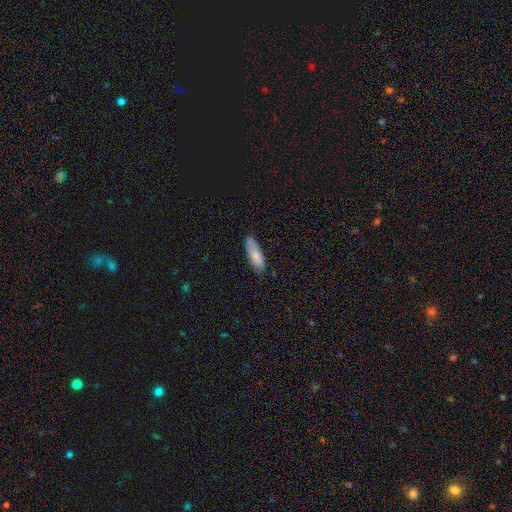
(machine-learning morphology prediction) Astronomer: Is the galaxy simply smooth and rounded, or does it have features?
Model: smooth — 80%.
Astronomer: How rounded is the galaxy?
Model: in between — 64%.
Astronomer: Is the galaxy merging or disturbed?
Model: none — 71%.